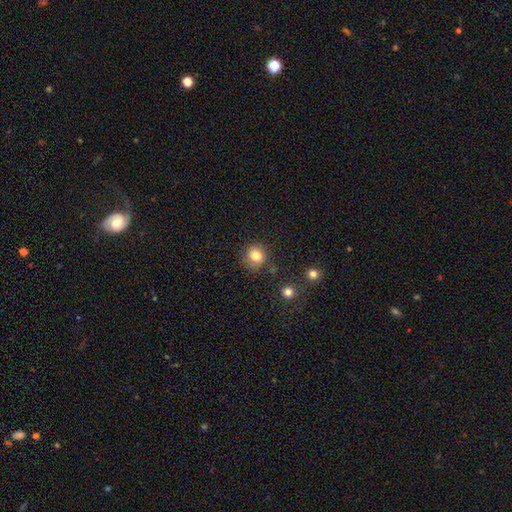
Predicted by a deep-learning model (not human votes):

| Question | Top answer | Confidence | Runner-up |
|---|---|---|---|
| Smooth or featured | smooth | 81% | star or artifact (12%) |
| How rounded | round | 90% | in between (9%) |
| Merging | none | 82% | minor disturbance (11%) |